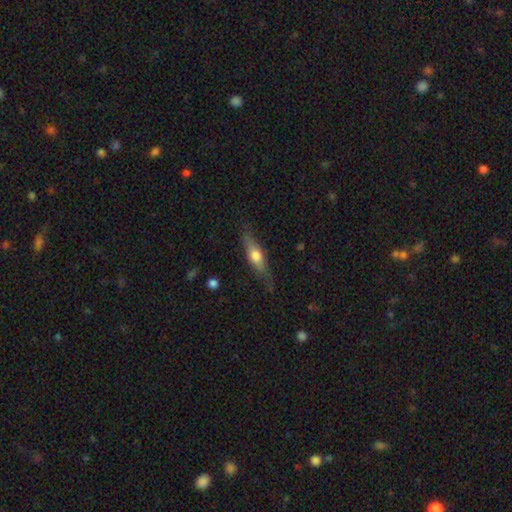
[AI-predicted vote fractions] A smooth galaxy with no disk features (51%) that is cigar-shaped (60%).

Vote fractions:
- Smooth or featured? smooth: 51% / featured or disk: 43% / star or artifact: 6%
- How rounded? cigar-shaped: 60% / in between: 37% / round: 3%
- Merging? none: 73% / minor disturbance: 20% / major disturbance: 5% / merger: 2%